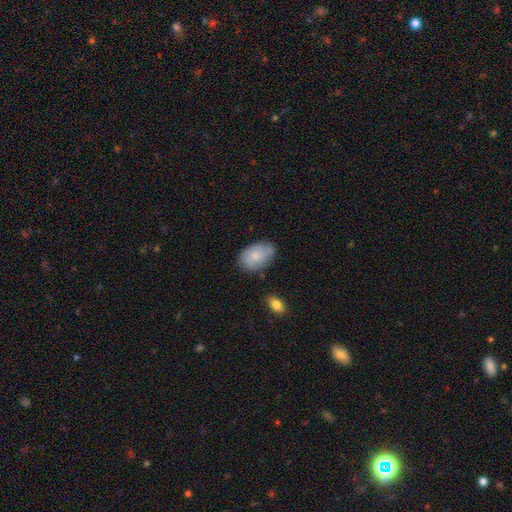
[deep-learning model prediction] Smooth or featured? Predicted: smooth (p=0.73). How rounded? Predicted: in between (p=0.88). Merging? Predicted: none (p=0.69).